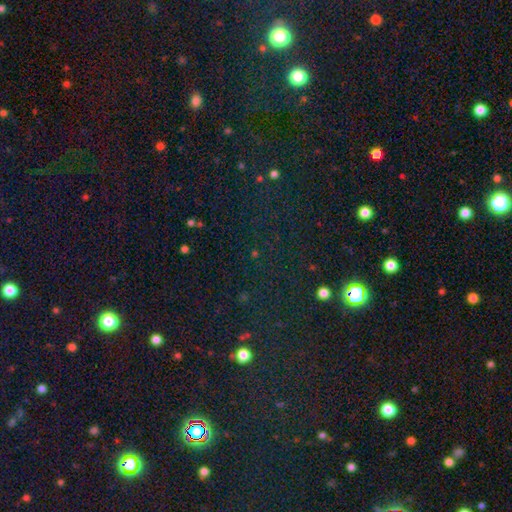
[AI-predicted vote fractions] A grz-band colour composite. It shows a star or artifact, not a galaxy (71%).